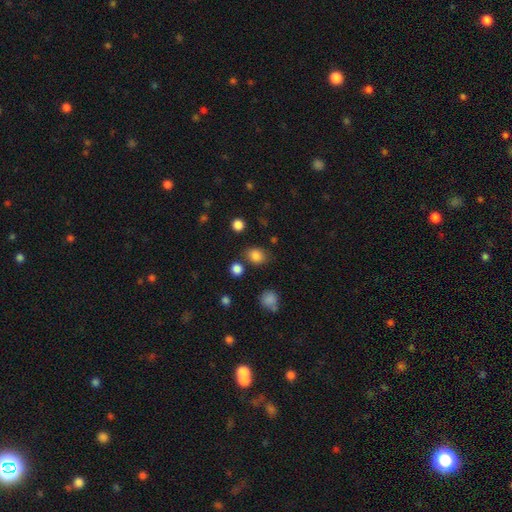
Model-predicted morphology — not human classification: smooth-or-featured: smooth: 83% | star or artifact: 12% | featured or disk: 5%
  how-rounded: round: 53% | in between: 46% | cigar-shaped: 1%
  merging: none: 78% | minor disturbance: 12% | merger: 6% | major disturbance: 4%